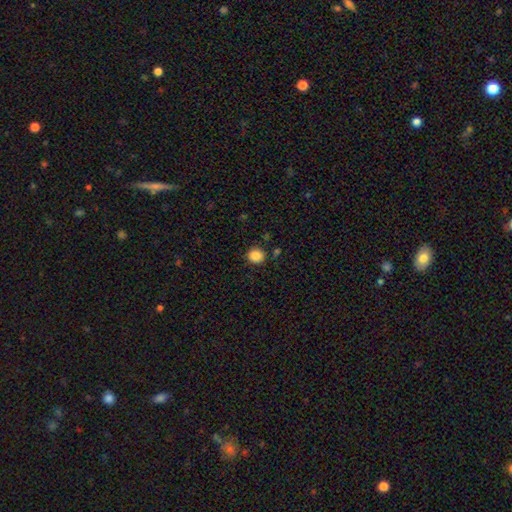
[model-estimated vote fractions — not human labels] Morphology: type=smooth (87%); roundness=round (84%); merging=none (87%).